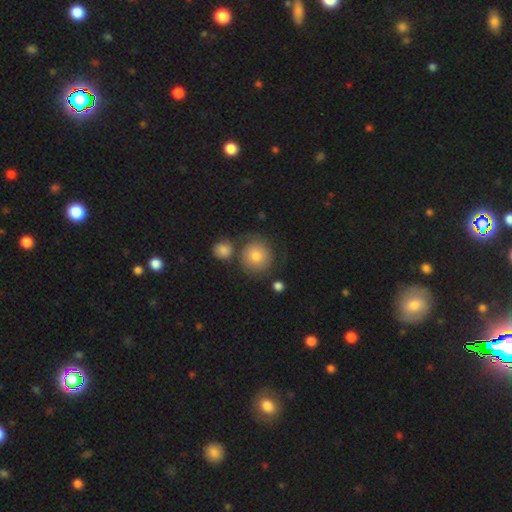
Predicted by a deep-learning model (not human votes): Overall: smooth (72%). How rounded: round (90%). Merging: none (66%).